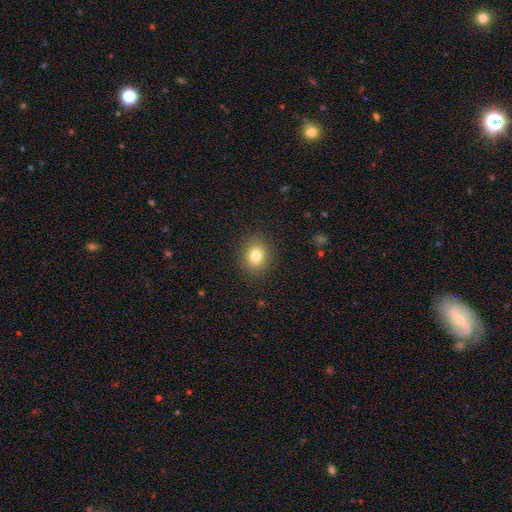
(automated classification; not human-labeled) Morphology: type=smooth (80%); roundness=round (67%); merging=none (88%).